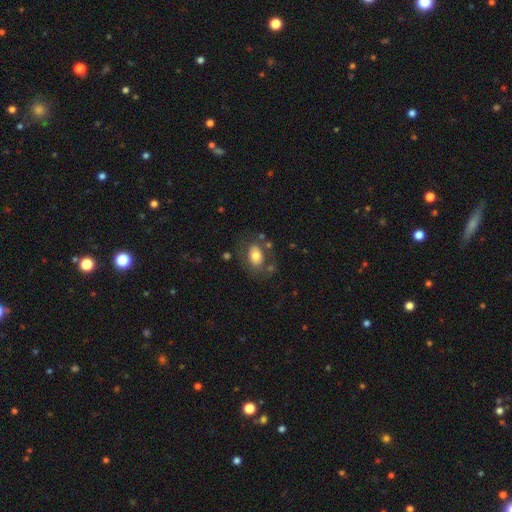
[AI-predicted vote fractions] Smooth or featured? Predicted: smooth (p=0.69). How rounded? Predicted: in between (p=0.83). Merging? Predicted: none (p=0.68).